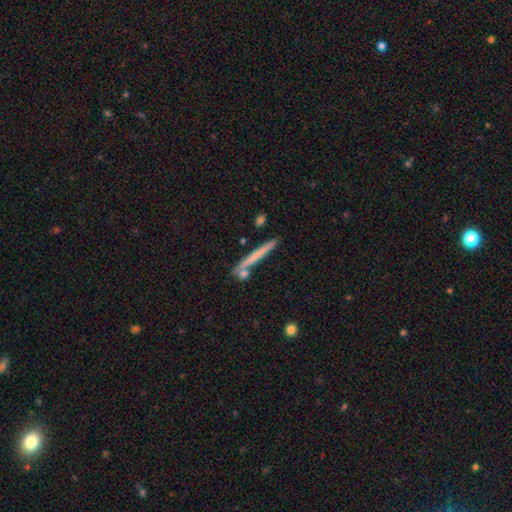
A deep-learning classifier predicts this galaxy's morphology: Overall: smooth (57%; featured or disk 36%). How rounded: cigar-shaped (96%). Merging: none (79%).